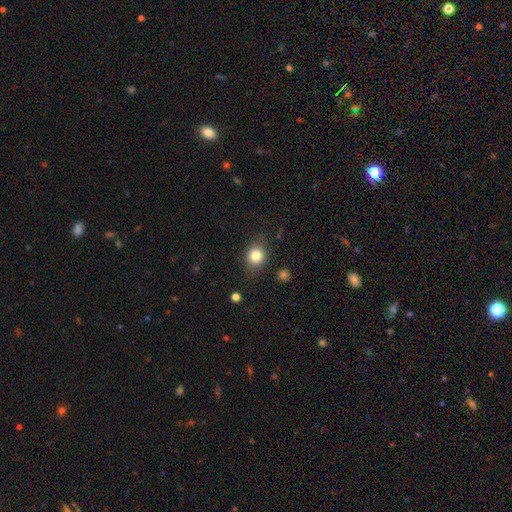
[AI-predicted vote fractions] Smooth or featured?
  - smooth: 80% *
  - star or artifact: 11%
  - featured or disk: 9%
How rounded?
  - round: 69% *
  - in between: 30%
  - cigar-shaped: 1%
Merging?
  - none: 78% *
  - minor disturbance: 15%
  - major disturbance: 5%
  - merger: 2%